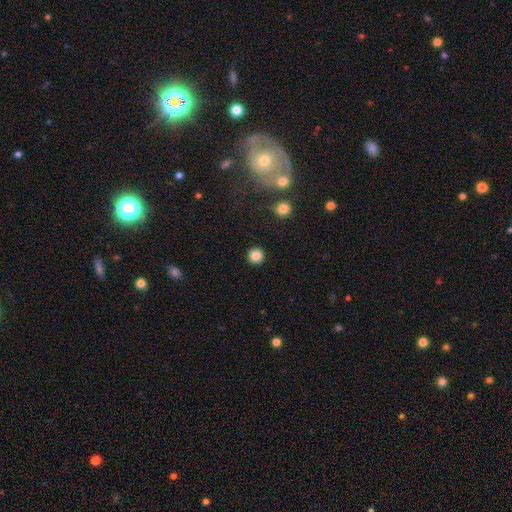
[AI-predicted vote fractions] Morphology: type=smooth (85%); roundness=round (94%); merging=none (92%).